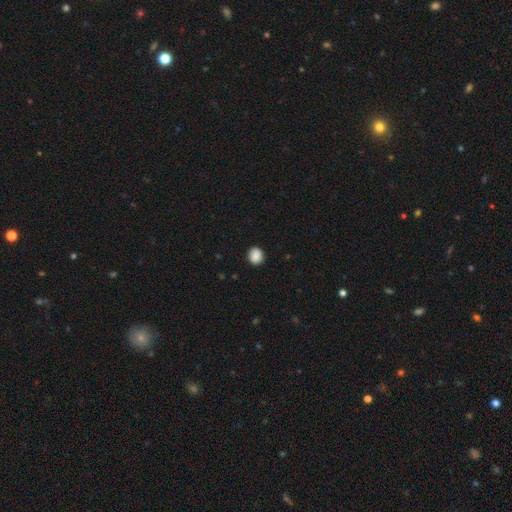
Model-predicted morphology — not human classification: Smooth or featured? Predicted: smooth (p=0.89). How rounded? Predicted: round (p=0.75). Merging? Predicted: none (p=0.90).